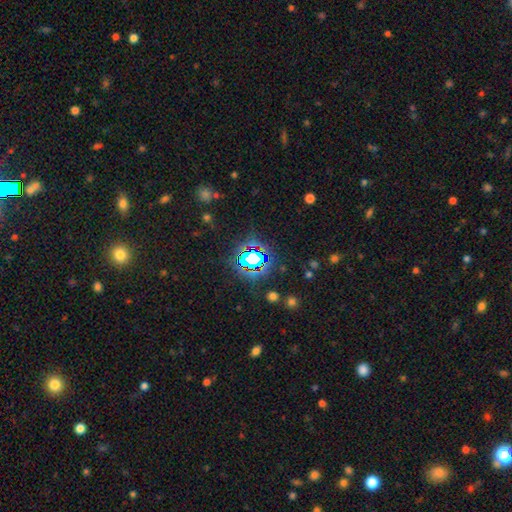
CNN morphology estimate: This appears to be a star or artifact, not a galaxy (71%).